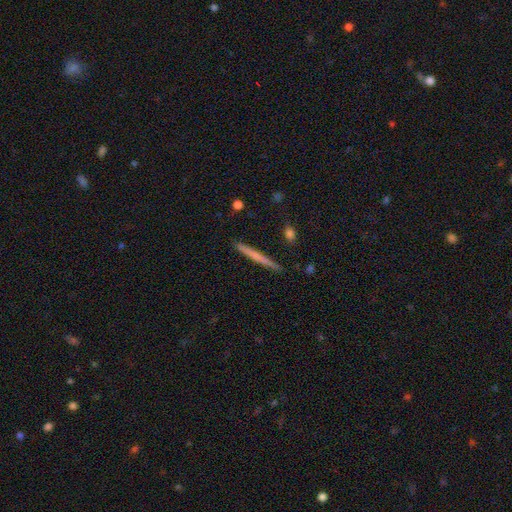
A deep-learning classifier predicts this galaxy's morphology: This is possibly a smooth galaxy (57%). How rounded: clearly cigar-shaped (97%). Merging: clearly none (91%).